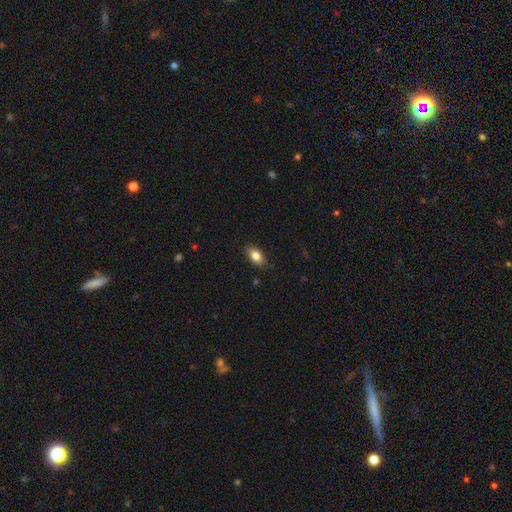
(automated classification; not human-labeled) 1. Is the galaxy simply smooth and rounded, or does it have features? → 84% smooth, 9% featured or disk, 8% star or artifact.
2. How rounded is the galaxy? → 89% in between, 8% round, 3% cigar-shaped.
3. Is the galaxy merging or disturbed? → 86% none, 11% minor disturbance, 2% major disturbance, 1% merger.